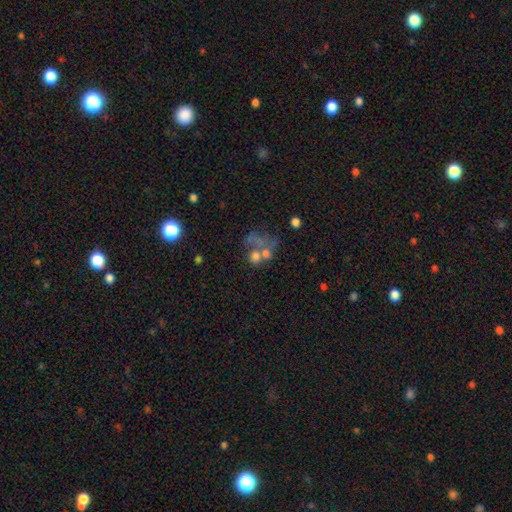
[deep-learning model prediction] The model was most divided on "merging": merger: 44%, none: 27%, major disturbance: 20%, minor disturbance: 10%. More confident: how rounded — round (61%); smooth or featured — smooth (50%).